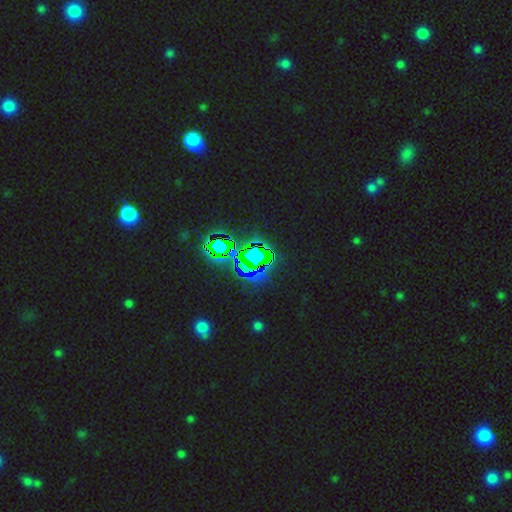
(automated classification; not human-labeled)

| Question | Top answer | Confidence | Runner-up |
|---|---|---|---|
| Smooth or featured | star or artifact | 80% | featured or disk (10%) |